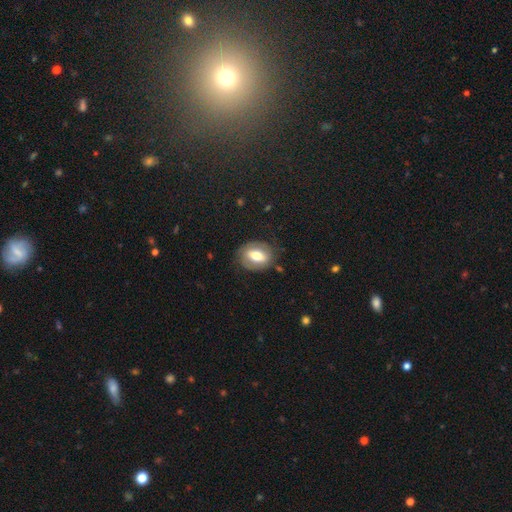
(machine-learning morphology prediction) The model was most divided on "smooth or featured": smooth: 53%, featured or disk: 39%, star or artifact: 8%. More confident: merging — none (77%); how rounded — in between (67%).